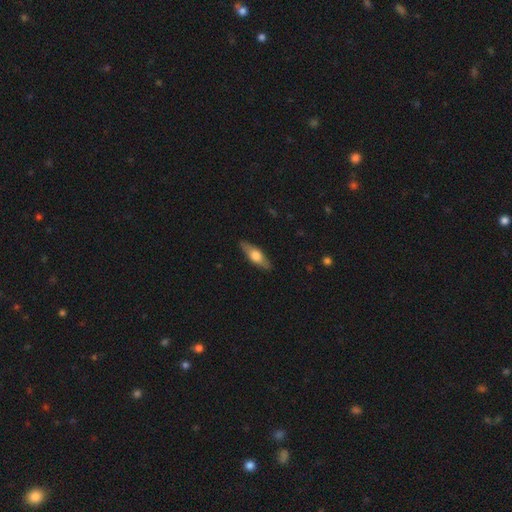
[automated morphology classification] smooth_or_featured: featured or disk (p=0.48) [alt: smooth p=0.47]
merging: none (p=0.87) [alt: minor disturbance p=0.10]